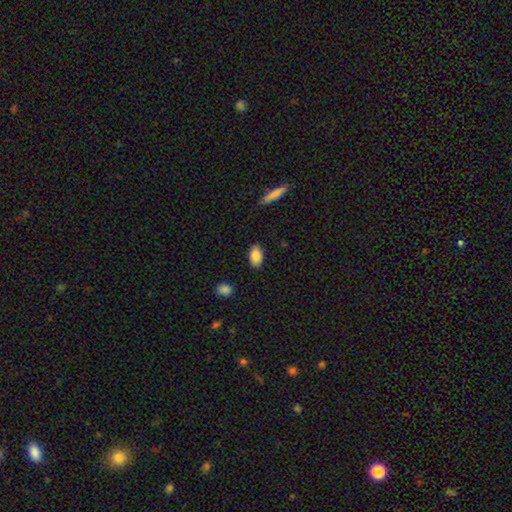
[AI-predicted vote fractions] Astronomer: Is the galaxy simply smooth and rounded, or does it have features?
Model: smooth — 87%.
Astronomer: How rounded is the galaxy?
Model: in between — 92%.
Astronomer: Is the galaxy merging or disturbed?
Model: none — 87%.